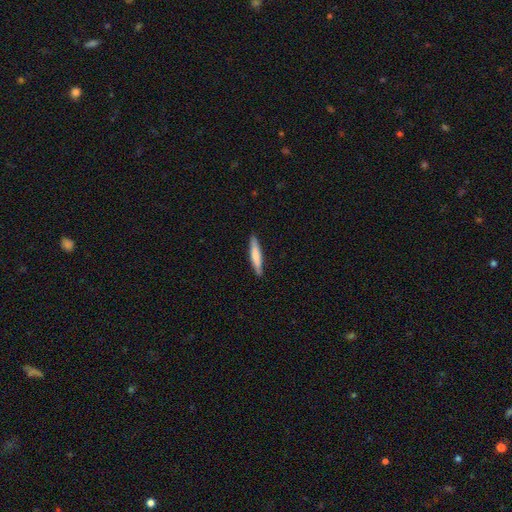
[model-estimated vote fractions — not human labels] This appears to be a smooth galaxy with no disk features (70%) that is cigar-shaped (90%). Merging: none (89%).